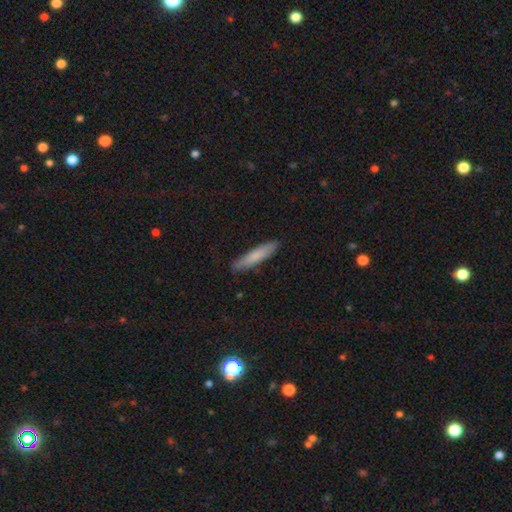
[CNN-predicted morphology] Smooth or featured: smooth — 78% (featured or disk — 16%)
How rounded: cigar-shaped — 88% (in between — 11%)
Merging: none — 88% (minor disturbance — 9%)